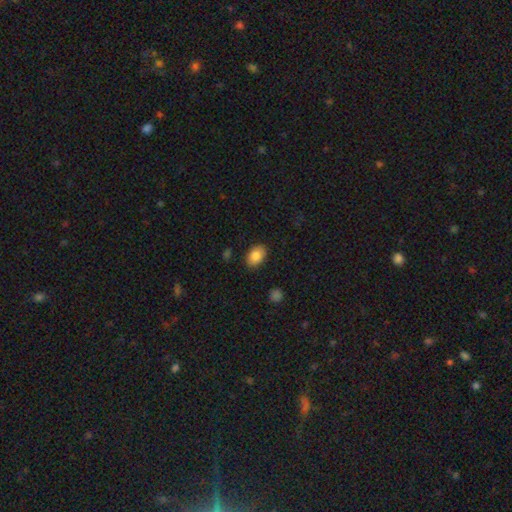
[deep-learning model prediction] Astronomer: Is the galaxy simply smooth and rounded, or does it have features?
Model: smooth — 85%.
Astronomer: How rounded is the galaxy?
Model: in between — 83%.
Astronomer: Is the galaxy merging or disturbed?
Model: none — 86%.